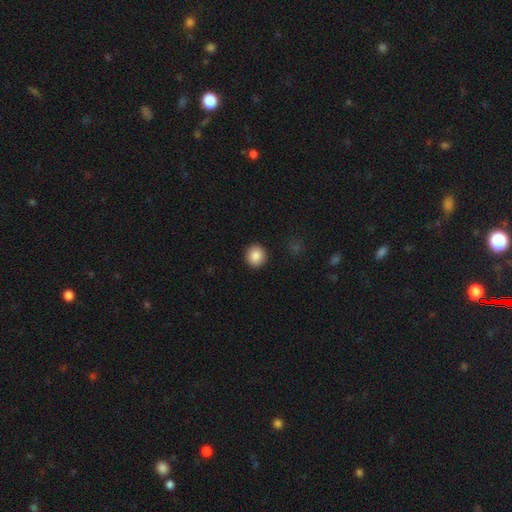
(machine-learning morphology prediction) A smooth galaxy with no disk features (88%) that is round (87%). Merging: none (92%).